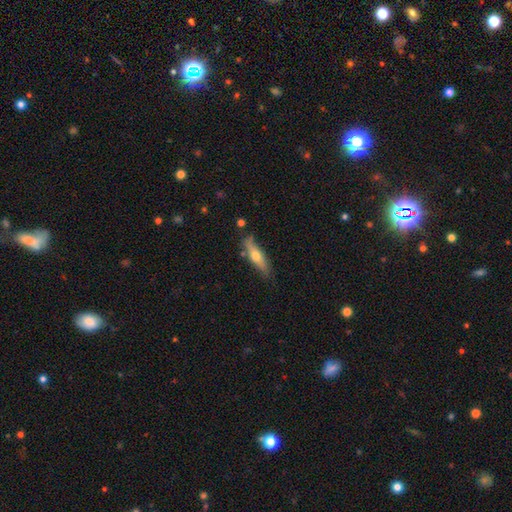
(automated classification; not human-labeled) This is possibly a smooth galaxy (50%). How rounded: likely cigar-shaped (72%). Merging: likely none (75%).